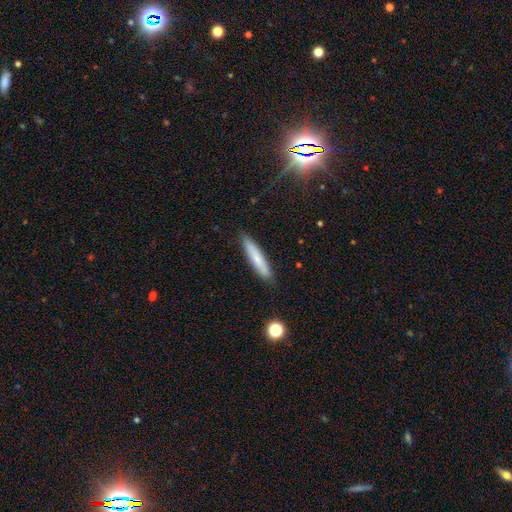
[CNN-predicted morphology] type=smooth (69%); roundness=cigar-shaped (90%); merging=none (88%).